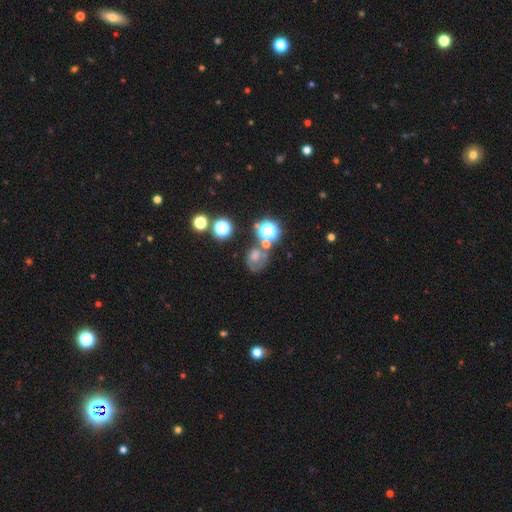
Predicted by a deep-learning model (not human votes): Smooth or featured? smooth (51%)
How rounded? round (58%)
Merging? none (43%)